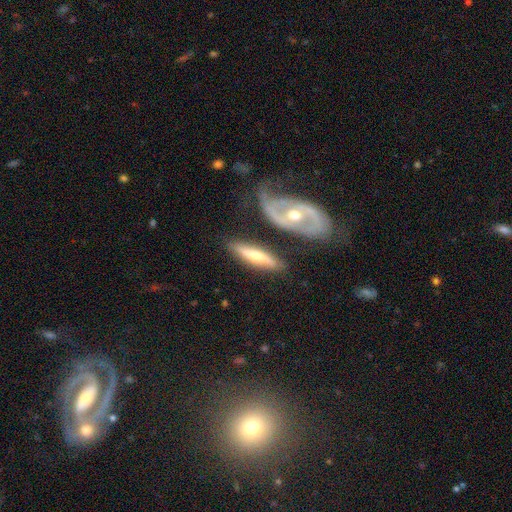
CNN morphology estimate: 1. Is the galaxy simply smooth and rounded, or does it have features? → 56% featured or disk, 38% smooth, 5% star or artifact.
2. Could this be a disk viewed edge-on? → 69% yes, 31% no.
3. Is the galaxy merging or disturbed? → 70% none, 16% minor disturbance, 9% merger, 5% major disturbance.